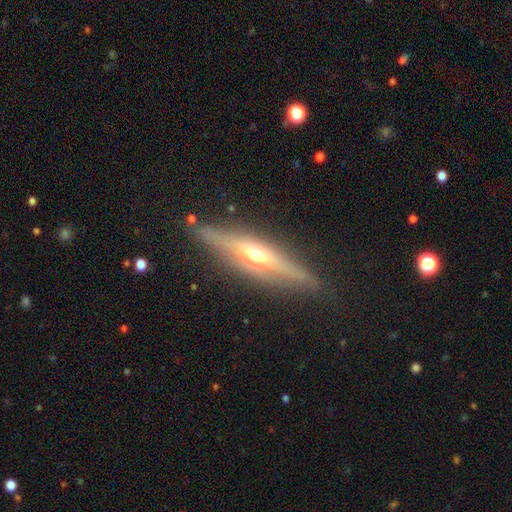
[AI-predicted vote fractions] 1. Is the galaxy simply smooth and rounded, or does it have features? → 71% featured or disk, 22% smooth, 7% star or artifact.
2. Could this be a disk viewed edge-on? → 91% yes, 9% no.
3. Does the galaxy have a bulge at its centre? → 89% rounded, 7% none, 5% boxy.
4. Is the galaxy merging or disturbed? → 83% none, 12% minor disturbance, 3% major disturbance, 2% merger.